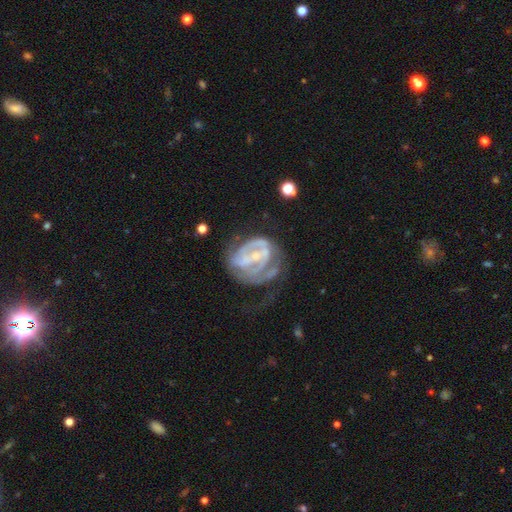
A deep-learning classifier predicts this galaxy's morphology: This is clearly a featured or disk galaxy (81%). It is clearly not viewed edge-on (97%). Bar: marginally weak (43%). Spiral arm pattern: likely yes (80%). Spiral arm count: marginally 2 (40%). Spiral winding: possibly tight (51%). Central bulge: possibly small (60%). Merging: marginally none (38%).